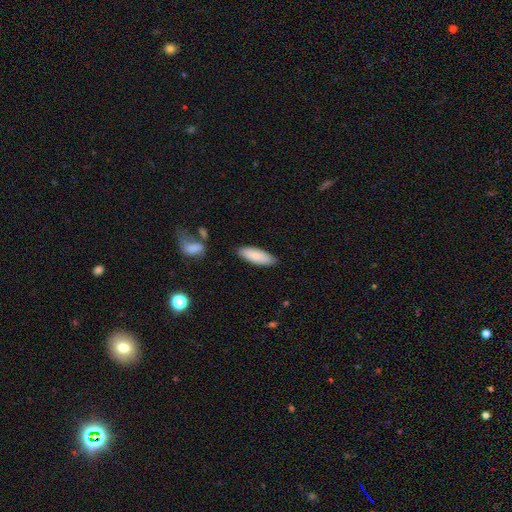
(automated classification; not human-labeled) Q: Smooth or featured?
A: smooth (85%); runner-up: featured or disk (10%)
Q: How rounded?
A: in between (64%); runner-up: cigar-shaped (34%)
Q: Merging?
A: none (86%); runner-up: minor disturbance (10%)